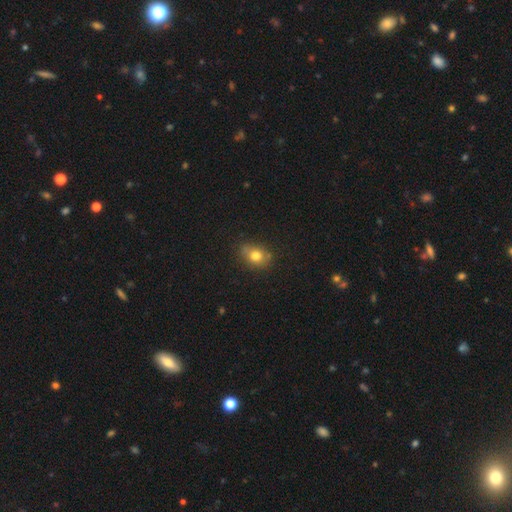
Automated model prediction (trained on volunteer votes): smooth-or-featured: smooth: 77% | featured or disk: 12% | star or artifact: 11%
  how-rounded: in between: 51% | round: 48% | cigar-shaped: 1%
  merging: none: 73% | minor disturbance: 19% | major disturbance: 4% | merger: 4%